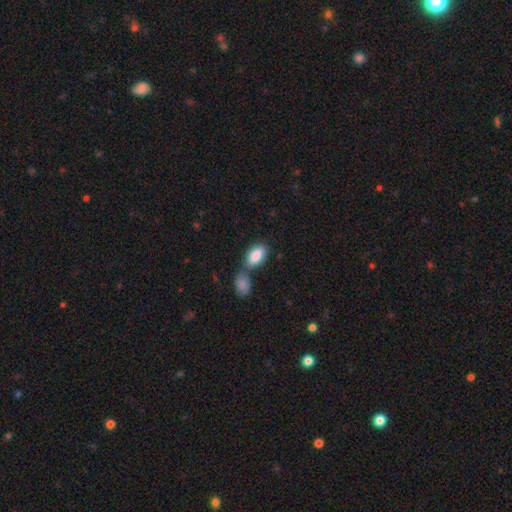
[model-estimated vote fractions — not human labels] This appears to be a smooth galaxy with no disk features (86%) that is in between round and cigar-shaped (93%). Merging: merger (42%).